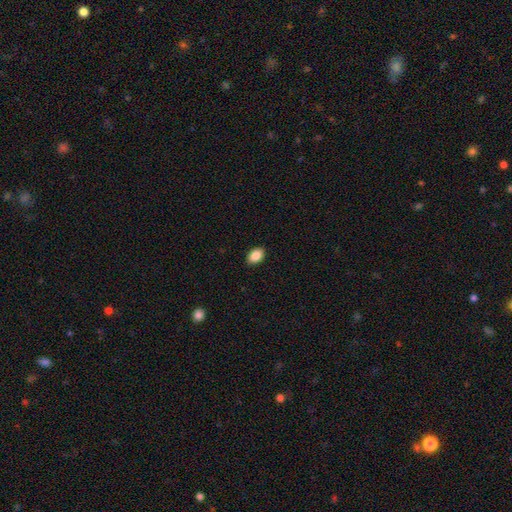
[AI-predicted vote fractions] A smooth galaxy with no disk features (88%) that is in between round and cigar-shaped (86%). Merging: none (90%).